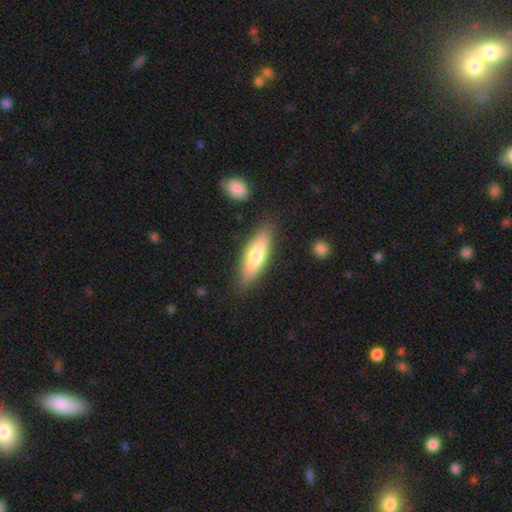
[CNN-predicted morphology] type=smooth (69%); roundness=cigar-shaped (59%); merging=none (83%).